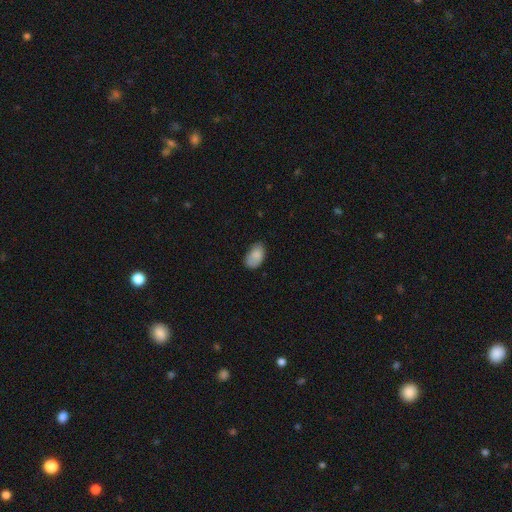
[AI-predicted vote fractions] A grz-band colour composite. It shows a smooth galaxy with no disk features (85%) that is in between round and cigar-shaped (92%). Merging: none (68%).